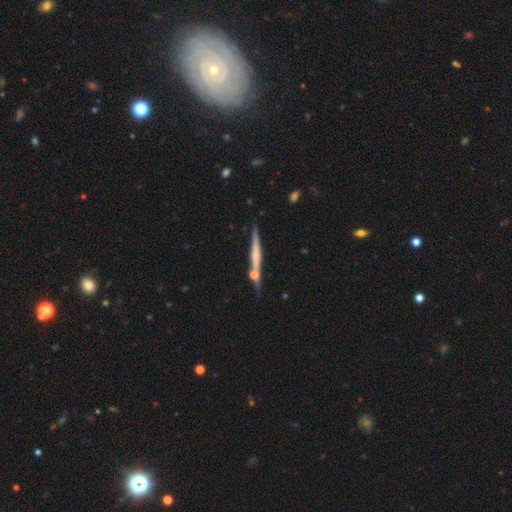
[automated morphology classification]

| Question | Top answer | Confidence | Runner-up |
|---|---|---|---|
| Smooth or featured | featured or disk | 60% | smooth (33%) |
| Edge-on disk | yes | 96% | no (4%) |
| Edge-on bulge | rounded | 47% | none (42%) |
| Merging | none | 73% | merger (13%) |